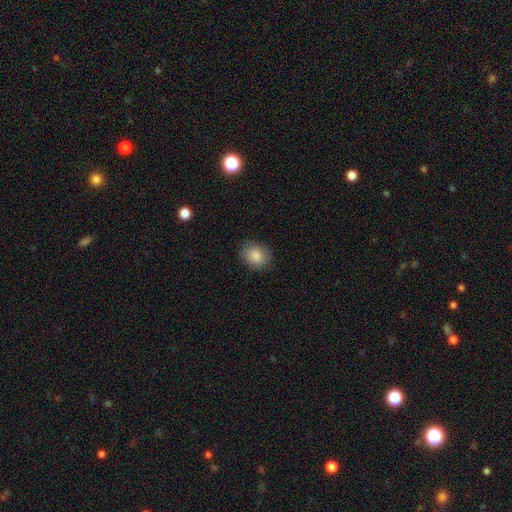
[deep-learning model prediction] A smooth galaxy with no disk features (87%) that is round (58%).

Vote fractions:
- Smooth or featured? smooth: 87% / star or artifact: 7% / featured or disk: 6%
- How rounded? round: 58% / in between: 41% / cigar-shaped: 1%
- Merging? none: 84% / minor disturbance: 12% / major disturbance: 3% / merger: 1%